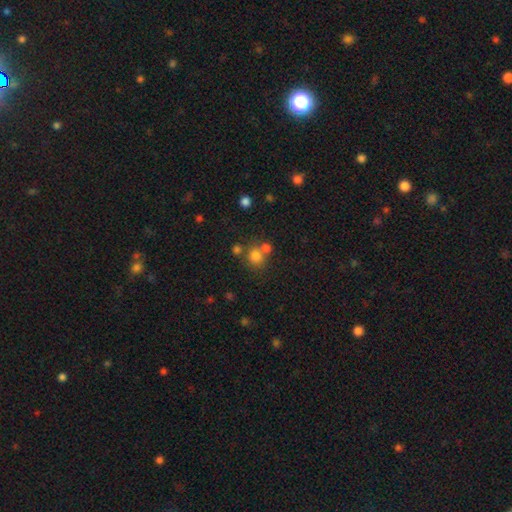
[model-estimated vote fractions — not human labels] The model was most divided on "merging": none: 58%, merger: 29%, minor disturbance: 9%, major disturbance: 4%. More confident: how rounded — round (85%); smooth or featured — smooth (76%).